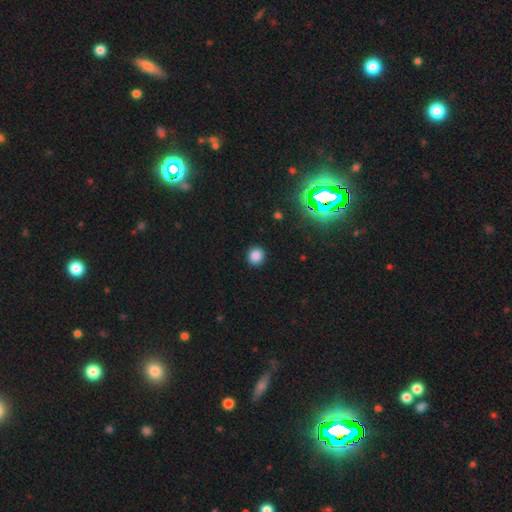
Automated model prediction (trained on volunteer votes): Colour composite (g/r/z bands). It shows a smooth galaxy with no disk features (83%) that is round (91%). Merging: none (92%).